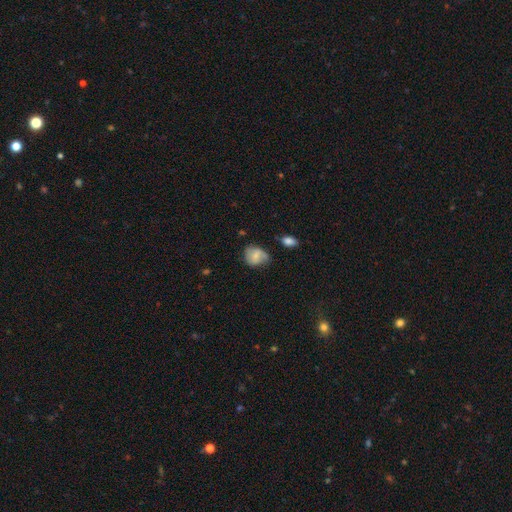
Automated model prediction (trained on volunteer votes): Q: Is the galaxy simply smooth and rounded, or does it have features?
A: smooth — 63%.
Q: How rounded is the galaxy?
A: round — 55%.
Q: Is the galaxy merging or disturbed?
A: none — 48%.